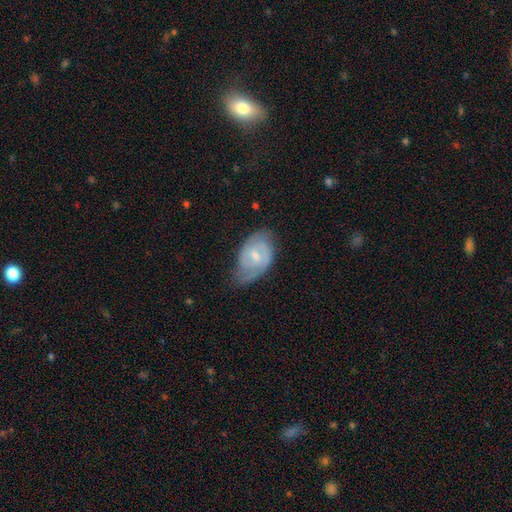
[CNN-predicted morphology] Overall: featured or disk (68%). Edge-on disk: no (96%). Bar: weak (55%; no 35%). Spiral arms: yes (87%). Spiral arm count: 2 (66%). Spiral winding: tight (46%; medium 41%). Bulge size: small (54%; moderate 41%). Merging: none (58%; minor disturbance 31%).